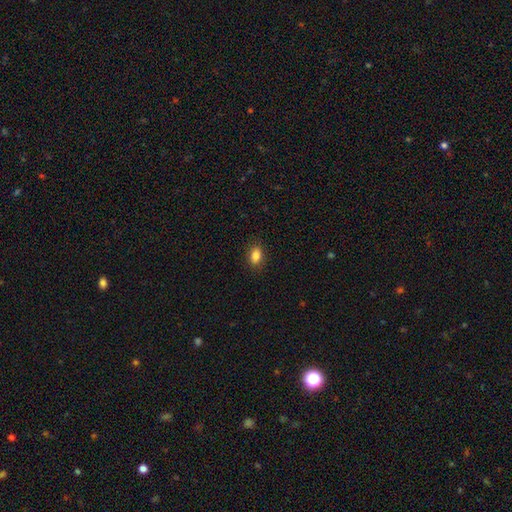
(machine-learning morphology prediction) Smooth or featured? smooth (85%)
How rounded? in between (80%)
Merging? none (88%)